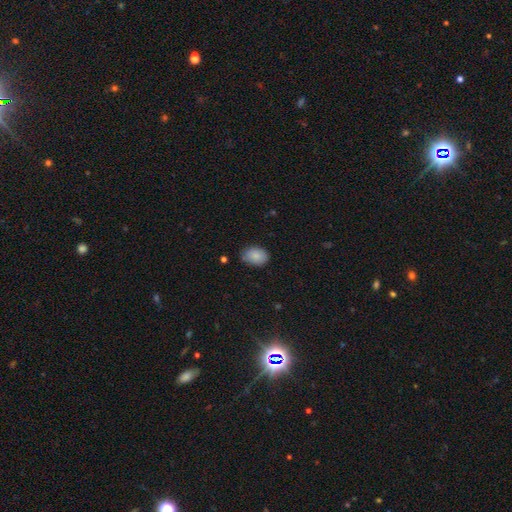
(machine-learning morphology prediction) Smooth or featured: smooth — 86% (star or artifact — 8%)
How rounded: in between — 79% (round — 20%)
Merging: none — 76% (minor disturbance — 19%)